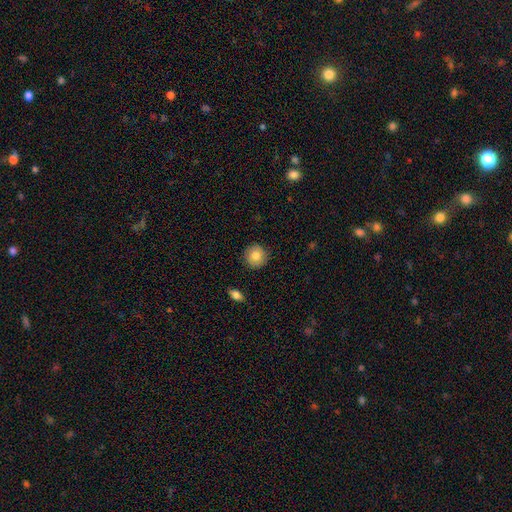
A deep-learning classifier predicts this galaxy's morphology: Smooth or featured: smooth — 83% (featured or disk — 9%)
How rounded: round — 93% (in between — 6%)
Merging: none — 90% (minor disturbance — 7%)